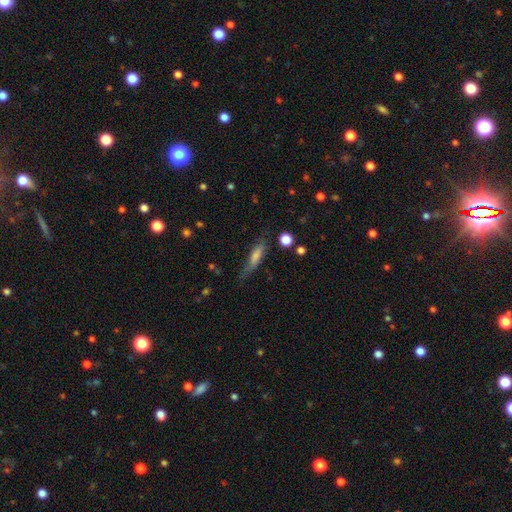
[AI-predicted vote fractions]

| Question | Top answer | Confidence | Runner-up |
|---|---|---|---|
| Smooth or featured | smooth | 57% | featured or disk (32%) |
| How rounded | cigar-shaped | 71% | in between (26%) |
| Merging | none | 57% | minor disturbance (28%) |